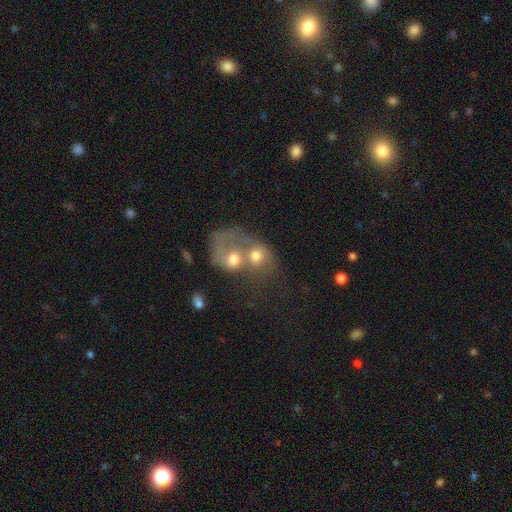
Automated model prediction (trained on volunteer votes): Overall: smooth (54%; featured or disk 35%). How rounded: round (58%; in between 41%). Merging: merger (78%).